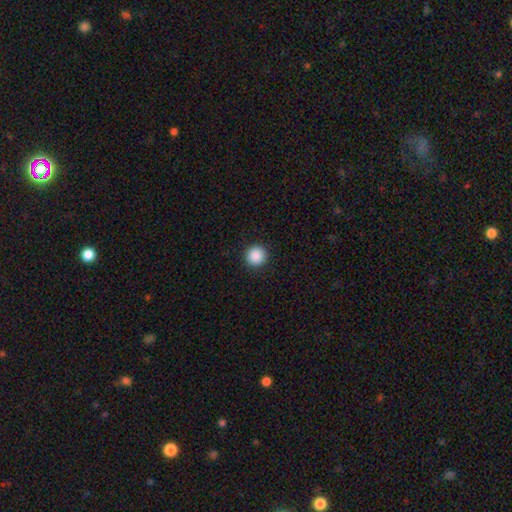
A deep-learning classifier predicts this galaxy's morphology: Smooth or featured: smooth — 89% (star or artifact — 9%)
How rounded: round — 96% (in between — 4%)
Merging: none — 93% (minor disturbance — 4%)